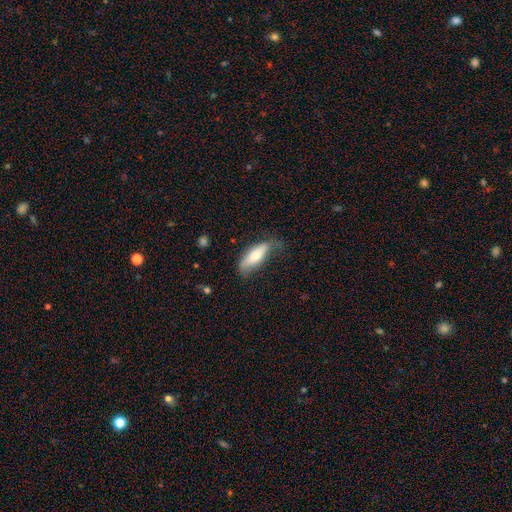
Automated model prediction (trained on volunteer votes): Overall: smooth (64%; featured or disk 30%). How rounded: in between (63%; cigar-shaped 34%). Merging: none (51%; minor disturbance 34%).